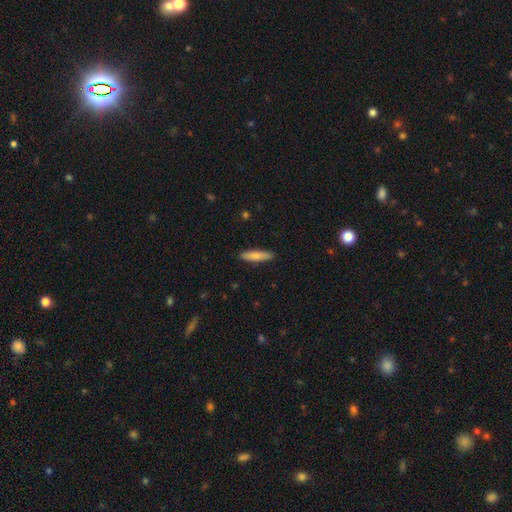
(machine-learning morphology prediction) The model was most divided on "smooth or featured": smooth: 78%, featured or disk: 16%, star or artifact: 6%. More confident: merging — none (89%); how rounded — cigar-shaped (83%).